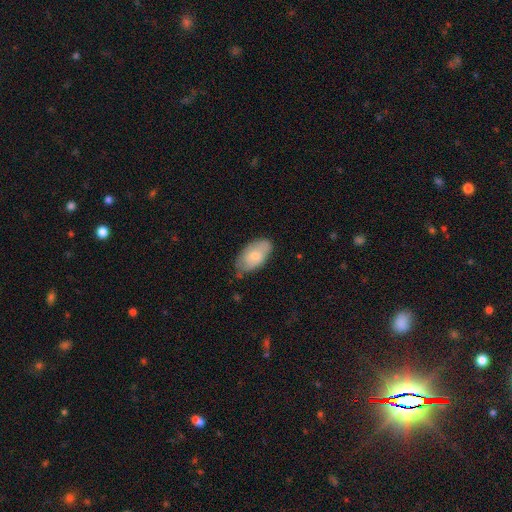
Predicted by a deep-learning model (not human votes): Smooth or featured? Predicted: smooth (p=0.69). How rounded? Predicted: in between (p=0.94). Merging? Predicted: none (p=0.60).